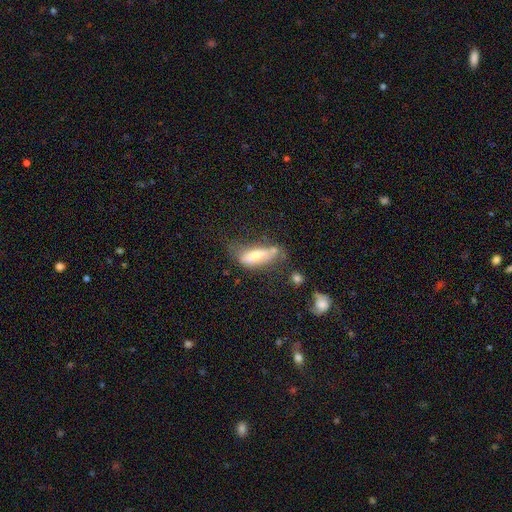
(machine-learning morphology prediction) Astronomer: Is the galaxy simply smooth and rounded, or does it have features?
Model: smooth — 62%.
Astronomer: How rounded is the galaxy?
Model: in between — 63%.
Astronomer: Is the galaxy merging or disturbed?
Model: none — 38% (runner-up: minor disturbance, 31%).